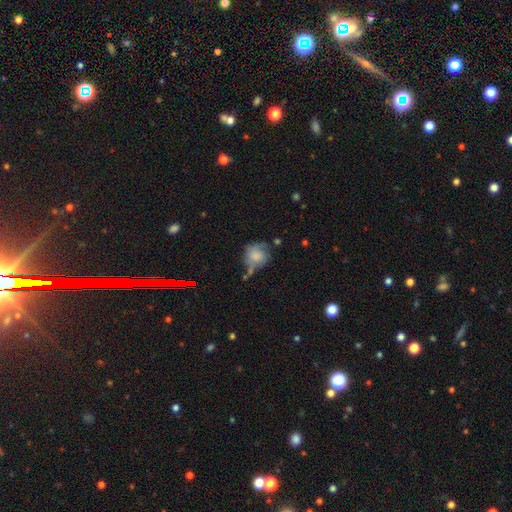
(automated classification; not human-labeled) Smooth or featured?
  - smooth: 65% *
  - featured or disk: 26%
  - star or artifact: 9%
How rounded?
  - round: 79% *
  - in between: 19%
  - cigar-shaped: 1%
Merging?
  - none: 42% *
  - minor disturbance: 31%
  - major disturbance: 16%
  - merger: 11%